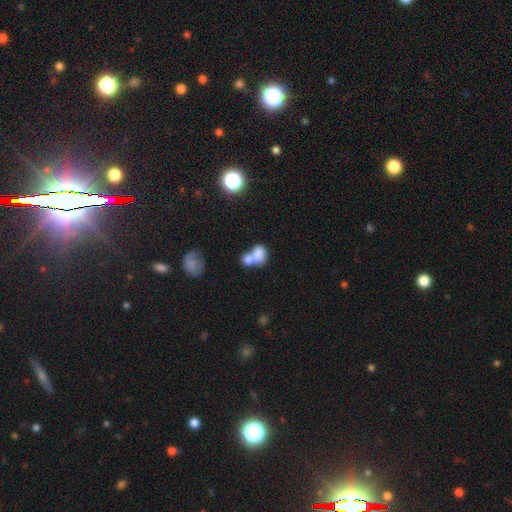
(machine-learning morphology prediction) Smooth or featured? smooth (77%)
How rounded? in between (68%)
Merging? merger (70%)